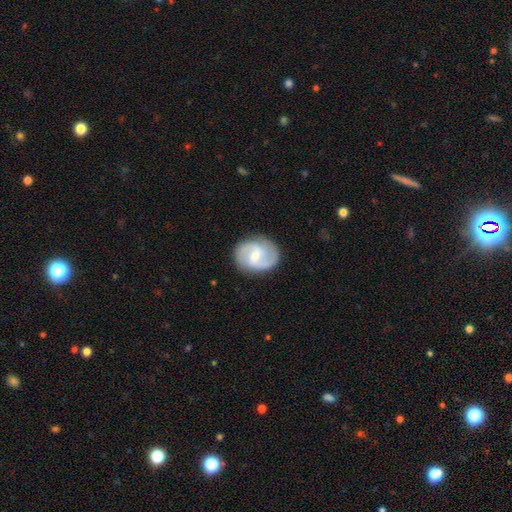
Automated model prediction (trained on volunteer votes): Smooth or featured? featured or disk (80%)
Edge-on disk? no (98%)
Bar? weak (58%)
Spiral arms? yes (94%)
Spiral winding? medium (51%)
Spiral arm count? 2 (91%)
Bulge size? small (51%)
Merging? none (84%)